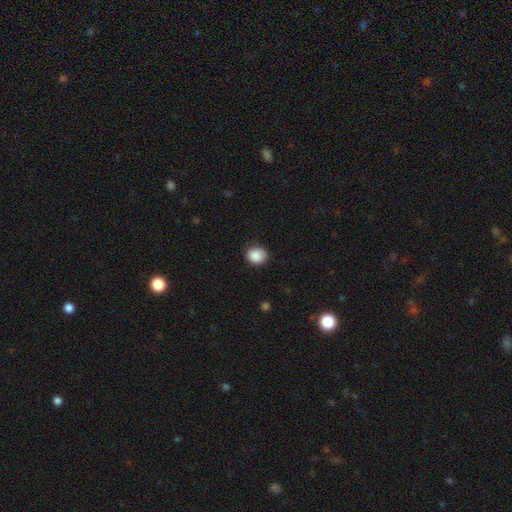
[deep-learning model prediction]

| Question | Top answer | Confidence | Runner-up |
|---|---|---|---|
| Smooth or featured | smooth | 88% | star or artifact (8%) |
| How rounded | round | 70% | in between (29%) |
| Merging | none | 83% | minor disturbance (13%) |